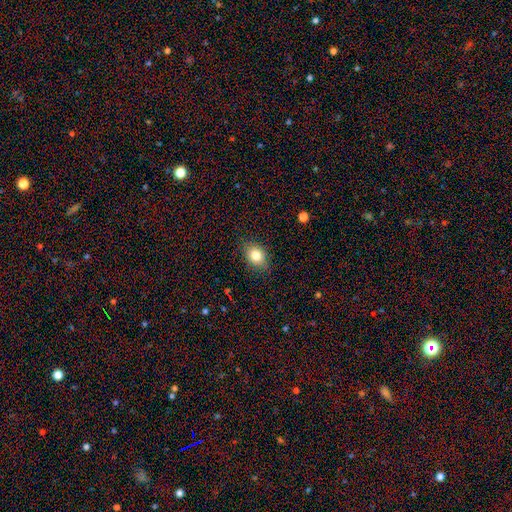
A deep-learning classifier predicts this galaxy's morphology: Smooth or featured: smooth — 82% (star or artifact — 10%)
How rounded: in between — 61% (round — 37%)
Merging: none — 84% (minor disturbance — 12%)